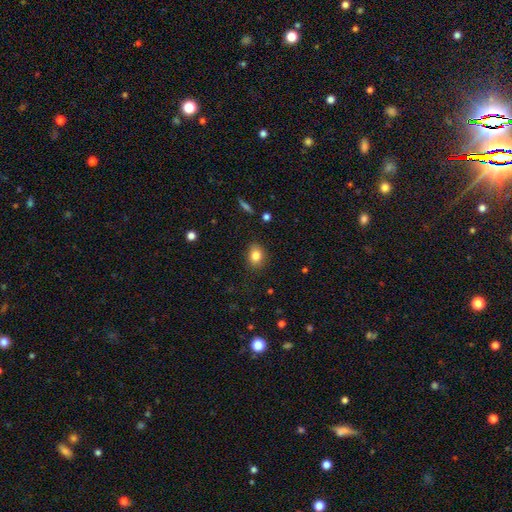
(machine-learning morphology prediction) smooth-or-featured: smooth: 82% | star or artifact: 10% | featured or disk: 8%
  how-rounded: in between: 57% | round: 42% | cigar-shaped: 1%
  merging: none: 85% | minor disturbance: 11% | major disturbance: 3% | merger: 1%